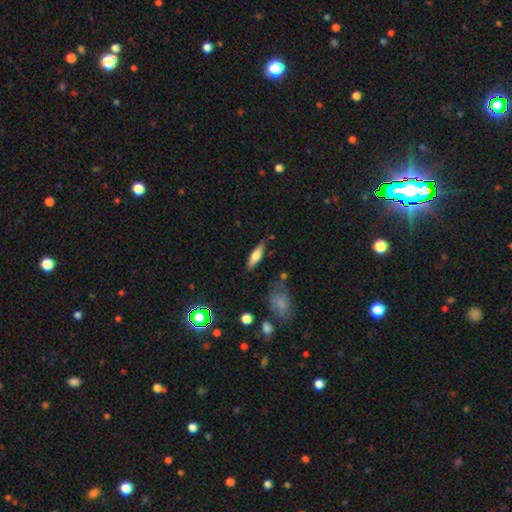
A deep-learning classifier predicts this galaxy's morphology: Smooth or featured?
  - smooth: 61% *
  - featured or disk: 31%
  - star or artifact: 7%
How rounded?
  - cigar-shaped: 49% *
  - in between: 48%
  - round: 3%
Merging?
  - none: 78% *
  - minor disturbance: 15%
  - major disturbance: 4%
  - merger: 3%